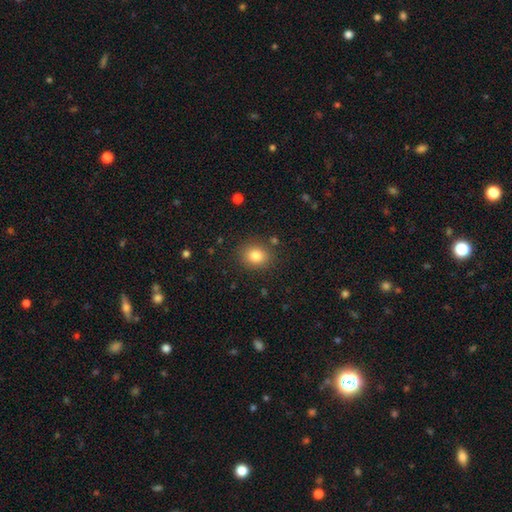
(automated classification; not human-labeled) A smooth galaxy with no disk features (82%) that is round (66%). Merging: none (85%).